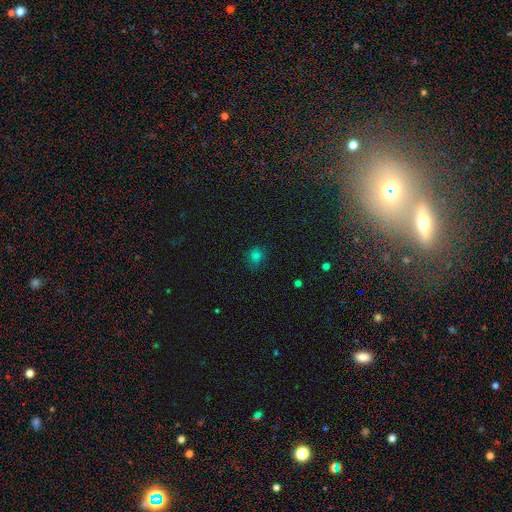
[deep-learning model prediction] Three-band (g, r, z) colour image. It shows a smooth galaxy with no disk features (73%) that is round (67%). Merging: none (74%).